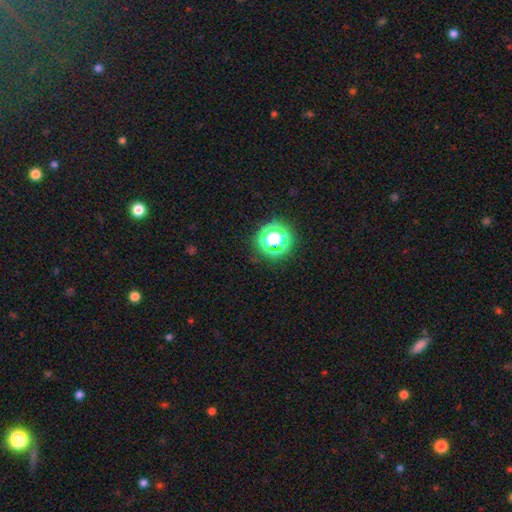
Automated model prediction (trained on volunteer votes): Morphology: type=star or artifact (77%).